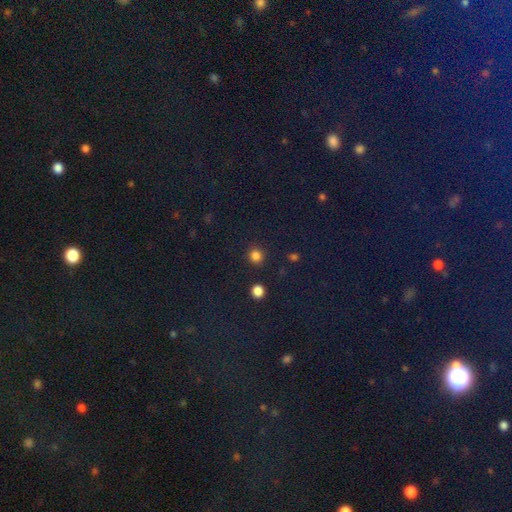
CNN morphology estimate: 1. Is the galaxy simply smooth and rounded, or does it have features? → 82% smooth, 14% star or artifact, 4% featured or disk.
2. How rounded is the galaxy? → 89% round, 10% in between, 1% cigar-shaped.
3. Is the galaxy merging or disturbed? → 88% none, 6% minor disturbance, 3% merger, 2% major disturbance.